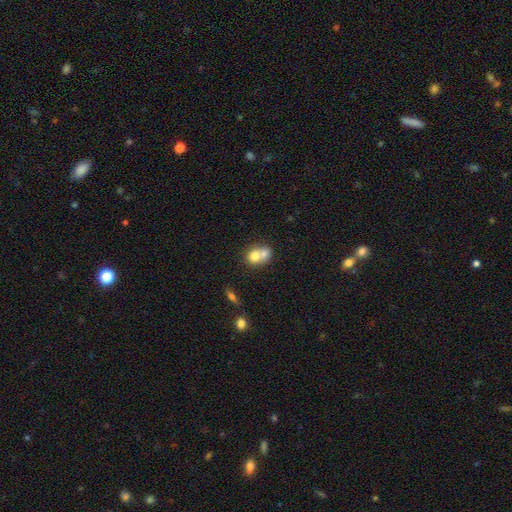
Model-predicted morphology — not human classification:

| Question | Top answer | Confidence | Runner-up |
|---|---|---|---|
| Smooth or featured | smooth | 69% | featured or disk (22%) |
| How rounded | round | 63% | in between (36%) |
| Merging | merger | 68% | none (23%) |